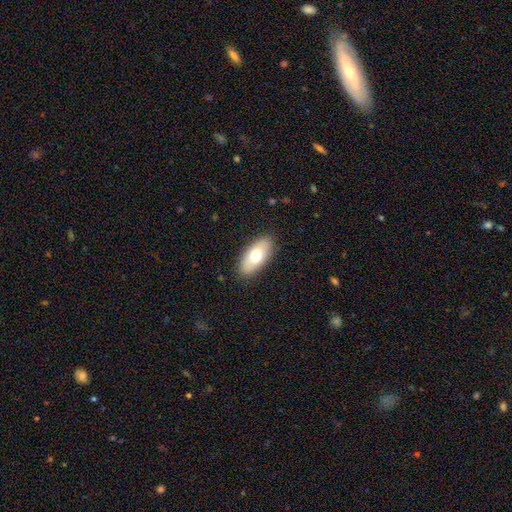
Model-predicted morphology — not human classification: smooth-or-featured: smooth: 72% | featured or disk: 21% | star or artifact: 6%
  how-rounded: in between: 87% | cigar-shaped: 10% | round: 3%
  merging: none: 86% | minor disturbance: 10% | major disturbance: 2% | merger: 1%